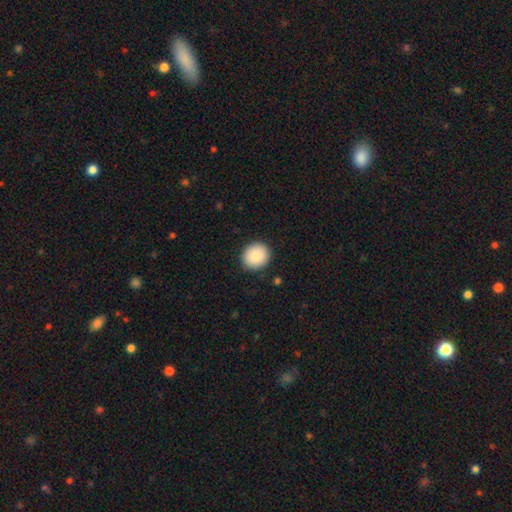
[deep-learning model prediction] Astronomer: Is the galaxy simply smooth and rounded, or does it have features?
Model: smooth — 88%.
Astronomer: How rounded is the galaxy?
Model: round — 88%.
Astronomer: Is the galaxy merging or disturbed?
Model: none — 90%.